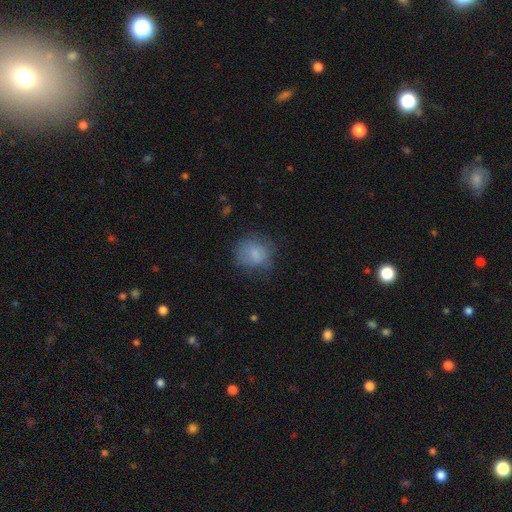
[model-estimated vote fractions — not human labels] smooth 77%, featured or disk 13%, star or artifact 10%. Down the decision tree: how rounded — round (75%); merging — none (67%).